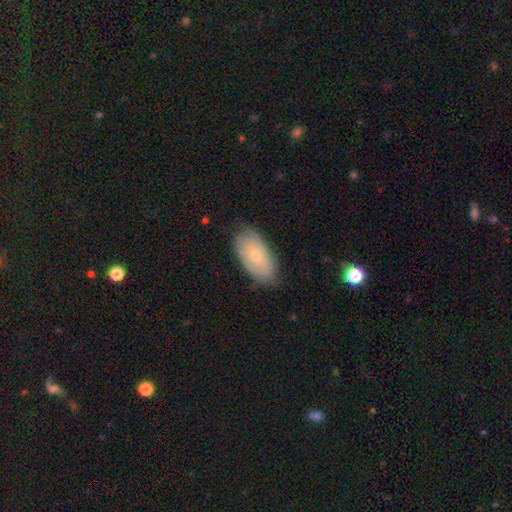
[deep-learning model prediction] A smooth galaxy with no disk features (51%) that is in between round and cigar-shaped (93%).

Vote fractions:
- Smooth or featured? smooth: 51% / featured or disk: 42% / star or artifact: 7%
- How rounded? in between: 93% / round: 4% / cigar-shaped: 2%
- Merging? none: 76% / minor disturbance: 19% / major disturbance: 4% / merger: 1%